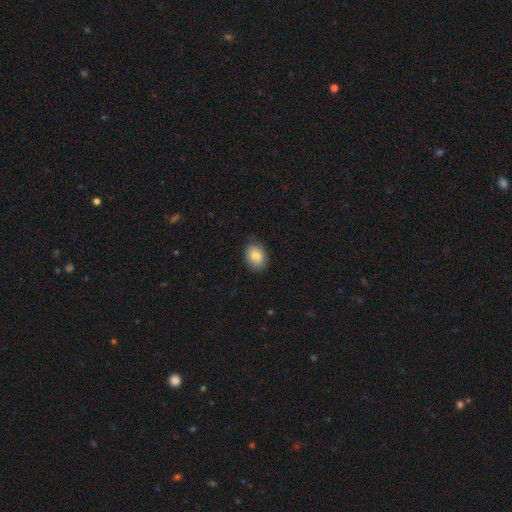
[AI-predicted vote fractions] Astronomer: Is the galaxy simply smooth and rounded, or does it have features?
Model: smooth — 84%.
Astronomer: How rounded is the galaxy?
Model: in between — 63%.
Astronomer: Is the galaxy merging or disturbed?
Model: none — 85%.